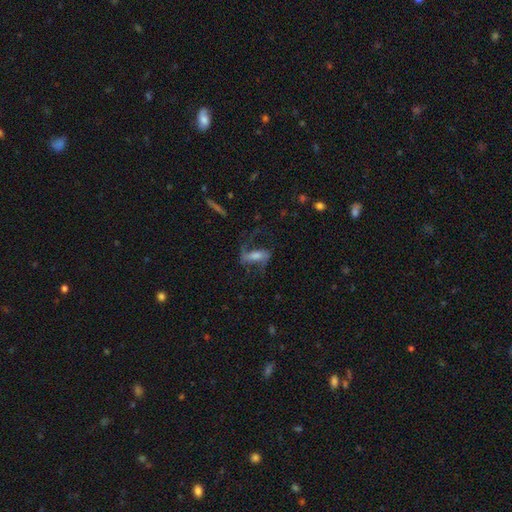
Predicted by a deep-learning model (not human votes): This appears to be a featured or disk galaxy (69%) with a strong bar (41%), 2 (84%) loose (66%) spiral arms (88%) and a moderate central bulge (40%). Merging: none (54%).